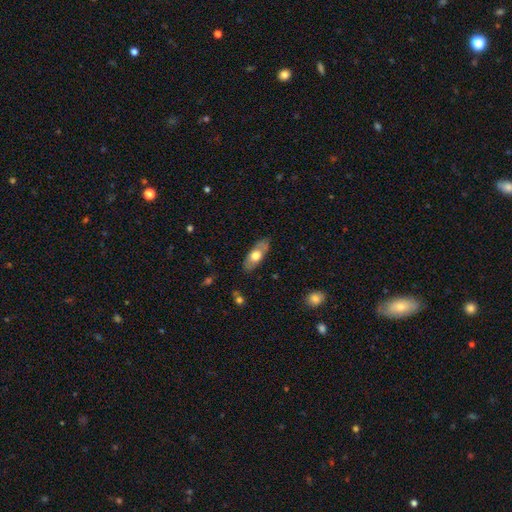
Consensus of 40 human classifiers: This appears to be a smooth galaxy with no disk features (60%) that is in between round and cigar-shaped (71%). Merging: none (66%).